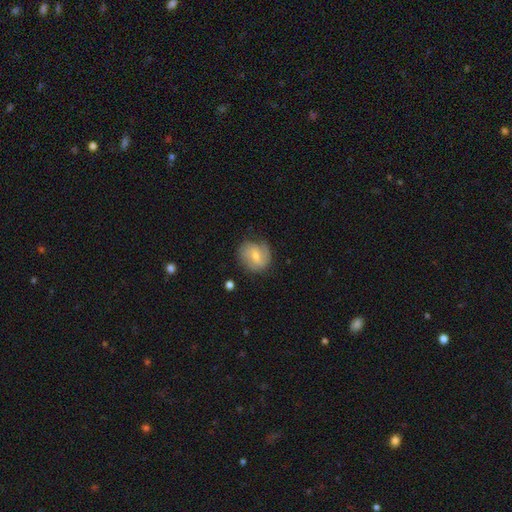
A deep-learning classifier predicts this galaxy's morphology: Overall: featured or disk (52%; smooth 41%). Edge-on disk: no (97%). Bar: weak (50%; no 38%). Spiral arms: yes (84%). Bulge size: small (49%; moderate 45%). Merging: none (69%).